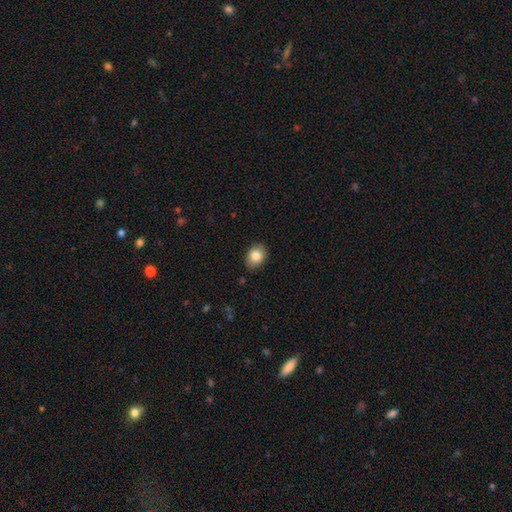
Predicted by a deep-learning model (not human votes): Smooth or featured: smooth — 84% (star or artifact — 8%)
How rounded: in between — 67% (round — 32%)
Merging: none — 85% (minor disturbance — 11%)